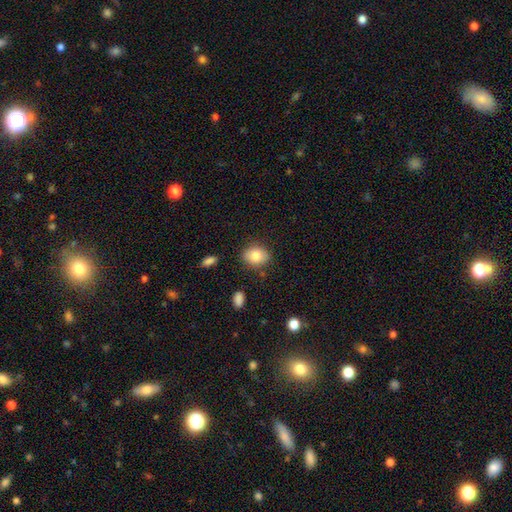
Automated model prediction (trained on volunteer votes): smooth_or_featured: smooth (p=0.82) [alt: featured or disk p=0.09]
how_rounded: in between (p=0.56) [alt: round p=0.43]
merging: none (p=0.81) [alt: minor disturbance p=0.13]